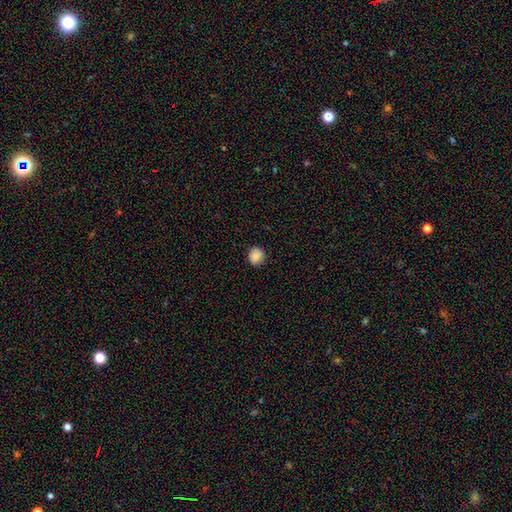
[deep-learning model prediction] Smooth or featured?
  - smooth: 88% *
  - star or artifact: 9%
  - featured or disk: 3%
How rounded?
  - round: 77% *
  - in between: 22%
  - cigar-shaped: 1%
Merging?
  - none: 87% *
  - minor disturbance: 10%
  - major disturbance: 2%
  - merger: 1%